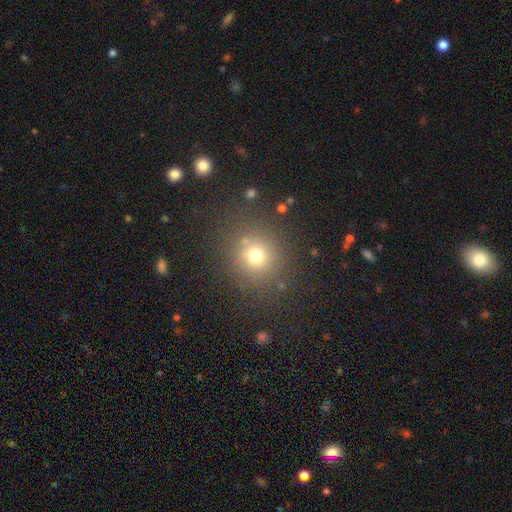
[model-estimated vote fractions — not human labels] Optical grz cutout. It shows a smooth galaxy with no disk features (69%) that is round (88%). Merging: none (81%).